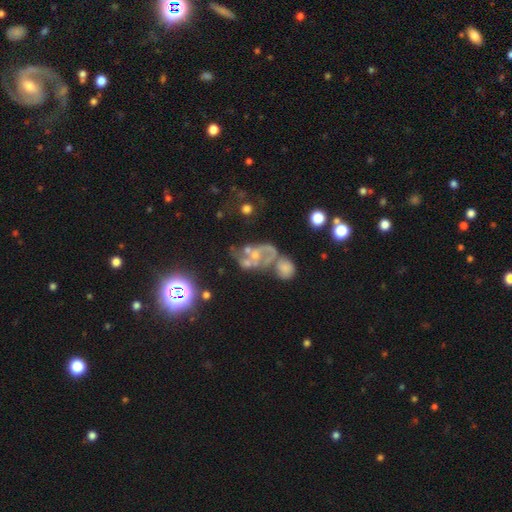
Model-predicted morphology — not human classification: Smooth or featured: featured or disk — 61% (star or artifact — 21%)
Edge-on disk: no — 97% (yes — 3%)
Bar: no — 70% (weak — 23%)
Spiral arms: yes — 61% (no — 39%)
Bulge size: small — 43% (none — 28%)
Merging: merger — 39% (major disturbance — 26%)